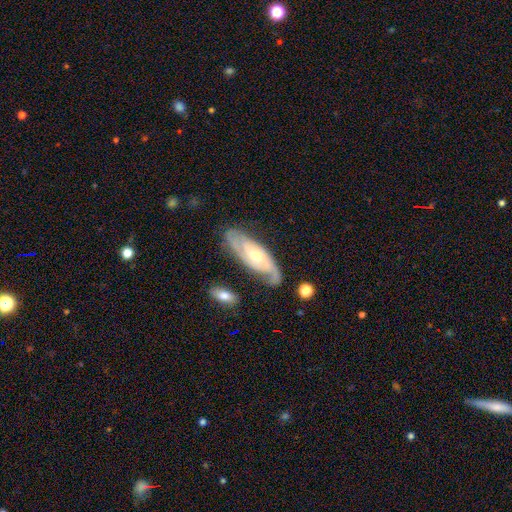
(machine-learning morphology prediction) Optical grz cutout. It shows a featured or disk galaxy (84%) with no bar (59%), 2 (66%) tight (56%) spiral arms (96%) and a moderate central bulge (58%). Merging: none (73%).